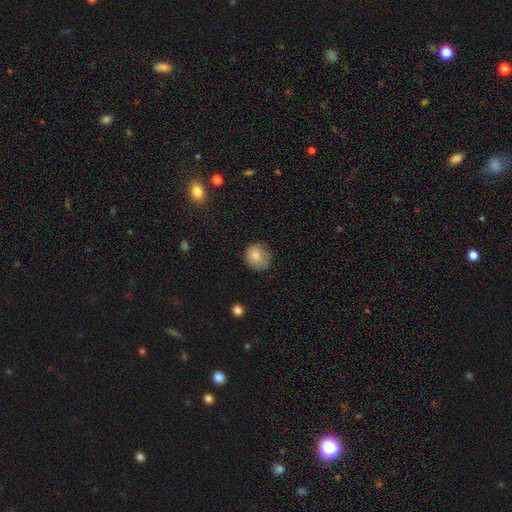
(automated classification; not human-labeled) Smooth or featured? Predicted: smooth (p=0.82). How rounded? Predicted: round (p=0.74). Merging? Predicted: none (p=0.72).